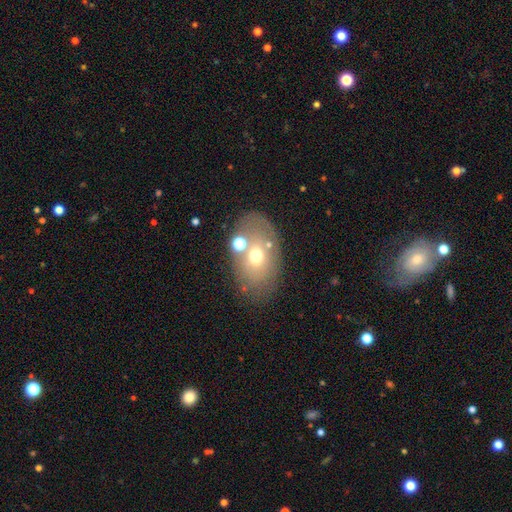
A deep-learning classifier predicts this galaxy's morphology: Smooth or featured?
  - smooth: 58% *
  - featured or disk: 30%
  - star or artifact: 13%
How rounded?
  - in between: 80% *
  - round: 19%
  - cigar-shaped: 1%
Merging?
  - none: 63% *
  - minor disturbance: 16%
  - merger: 13%
  - major disturbance: 8%